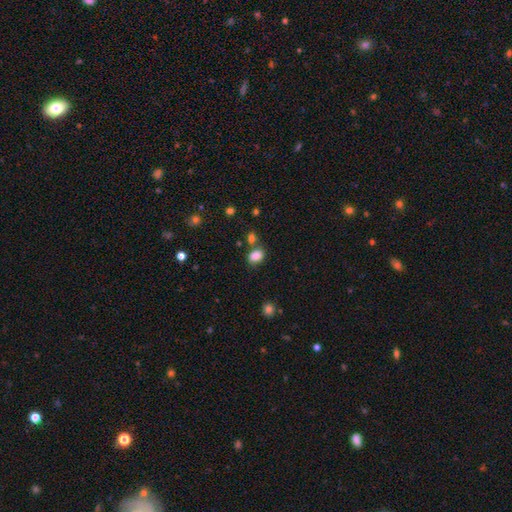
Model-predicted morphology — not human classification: This is clearly a smooth galaxy (85%). How rounded: likely in between (72%). Merging: likely none (64%).